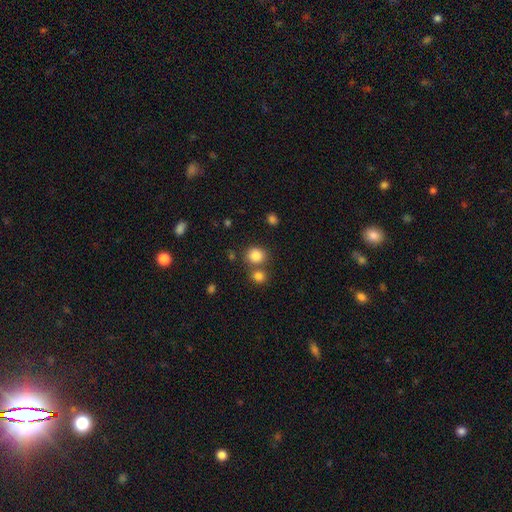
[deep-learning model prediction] A smooth galaxy with no disk features (83%) that is round (80%). Merging: none (66%).